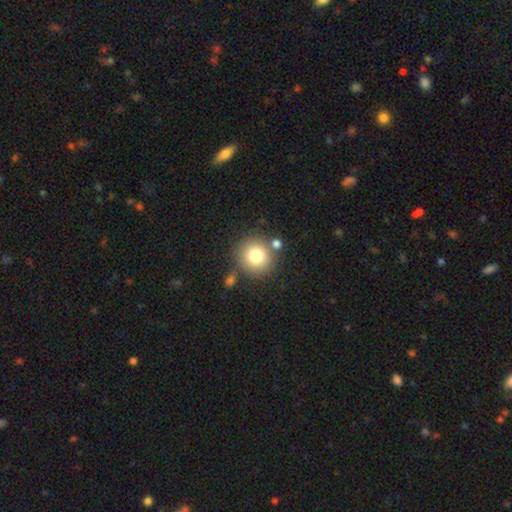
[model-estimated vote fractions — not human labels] This is likely a smooth galaxy (80%). How rounded: clearly round (92%). Merging: likely none (75%).